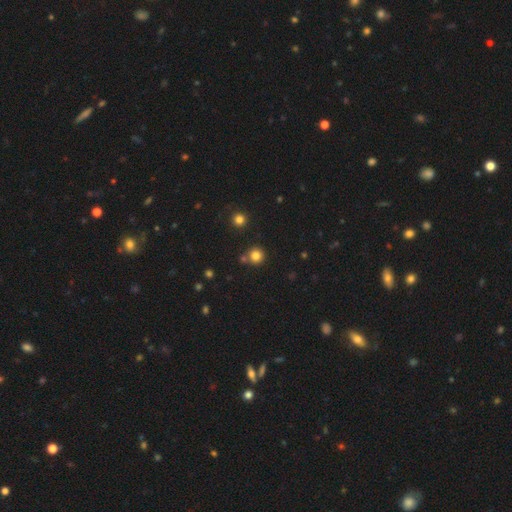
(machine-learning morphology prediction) This appears to be a smooth galaxy with no disk features (81%) that is round (94%). Merging: none (78%).